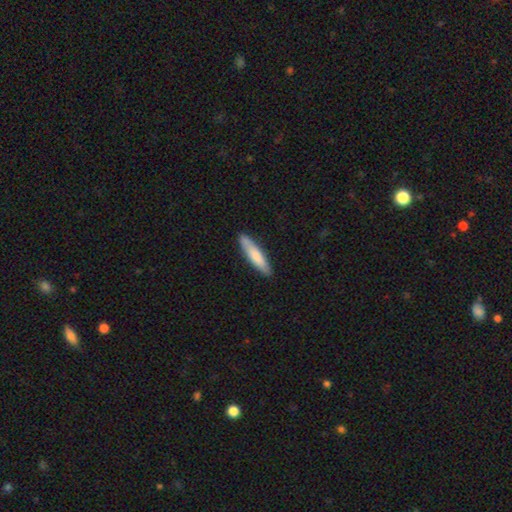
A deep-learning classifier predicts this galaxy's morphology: This appears to be a smooth galaxy with no disk features (76%) that is cigar-shaped (81%). Merging: none (88%).